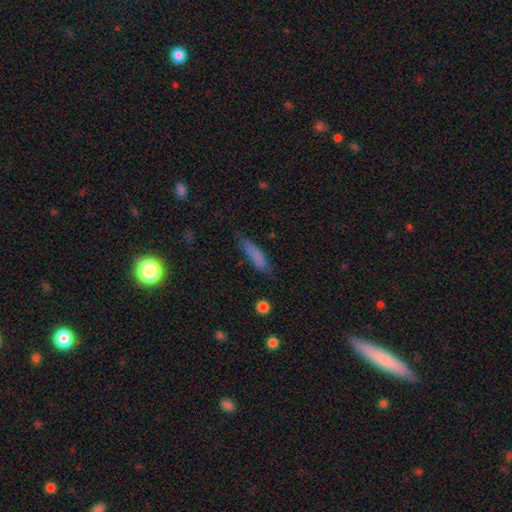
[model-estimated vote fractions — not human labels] Q: Smooth or featured?
A: smooth (77%); runner-up: featured or disk (14%)
Q: How rounded?
A: cigar-shaped (75%); runner-up: in between (23%)
Q: Merging?
A: none (71%); runner-up: minor disturbance (22%)